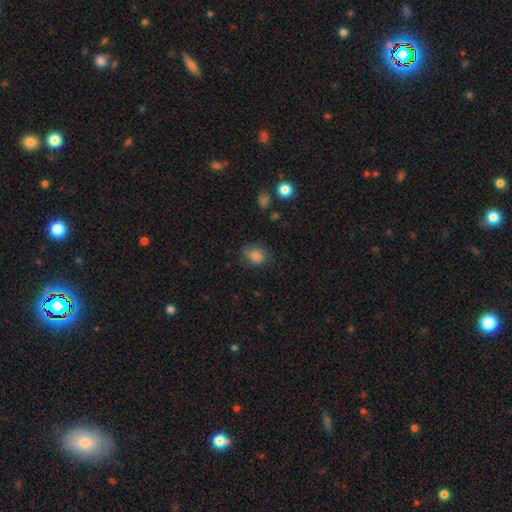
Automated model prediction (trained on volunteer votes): The model was most divided on "how rounded": in between: 51%, round: 48%, cigar-shaped: 1%. More confident: smooth or featured — smooth (83%); merging — none (65%).